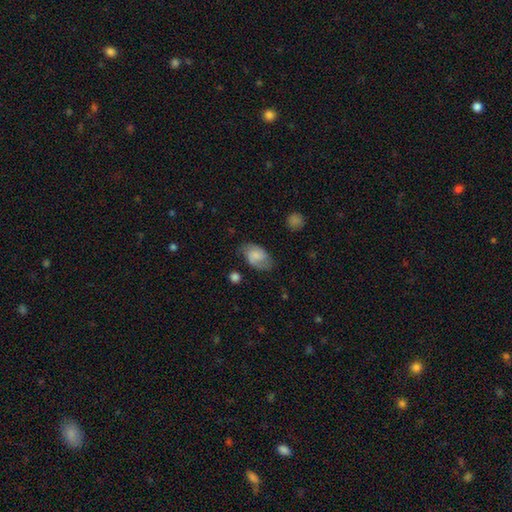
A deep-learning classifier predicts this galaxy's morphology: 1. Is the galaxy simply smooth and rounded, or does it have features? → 54% smooth, 38% featured or disk, 8% star or artifact.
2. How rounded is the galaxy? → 90% in between, 9% round, 2% cigar-shaped.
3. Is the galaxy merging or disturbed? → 67% none, 23% minor disturbance, 7% major disturbance, 2% merger.